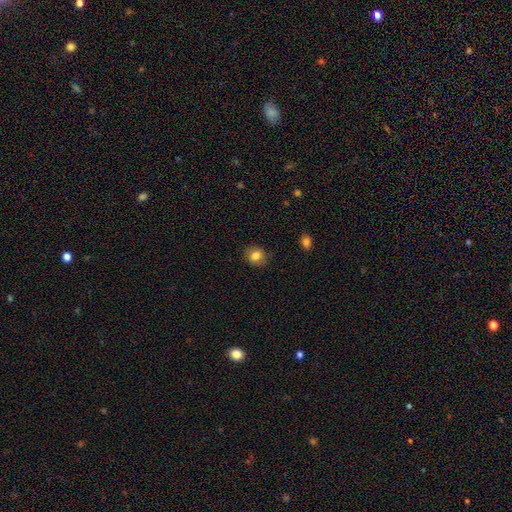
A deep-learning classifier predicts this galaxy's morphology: The model was most divided on "how rounded": round: 75%, in between: 24%, cigar-shaped: 1%. More confident: merging — none (85%); smooth or featured — smooth (82%).